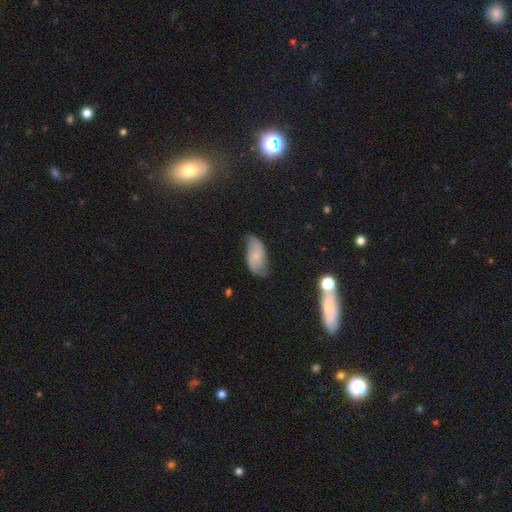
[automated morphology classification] Q: Smooth or featured?
A: featured or disk (49%); runner-up: smooth (42%)
Q: Merging?
A: none (61%); runner-up: minor disturbance (28%)